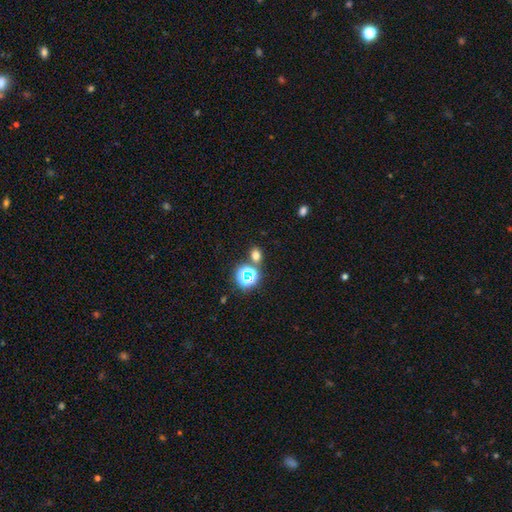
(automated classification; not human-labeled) Smooth or featured? smooth (66%)
How rounded? in between (51%)
Merging? none (77%)